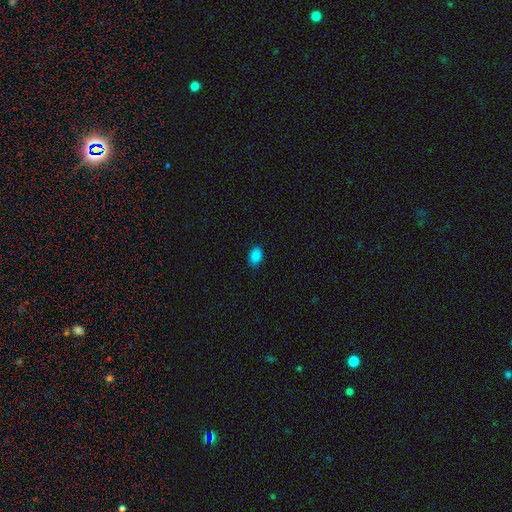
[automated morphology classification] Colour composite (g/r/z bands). It shows a smooth galaxy with no disk features (87%) that is in between round and cigar-shaped (83%). Merging: none (87%).